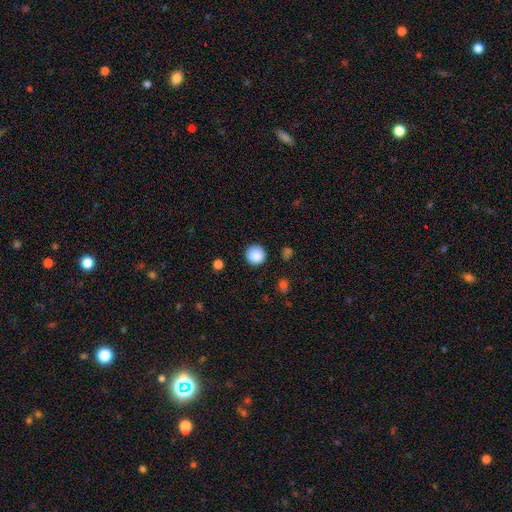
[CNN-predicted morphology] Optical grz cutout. It shows a smooth galaxy with no disk features (88%) that is round (95%). Merging: none (90%).